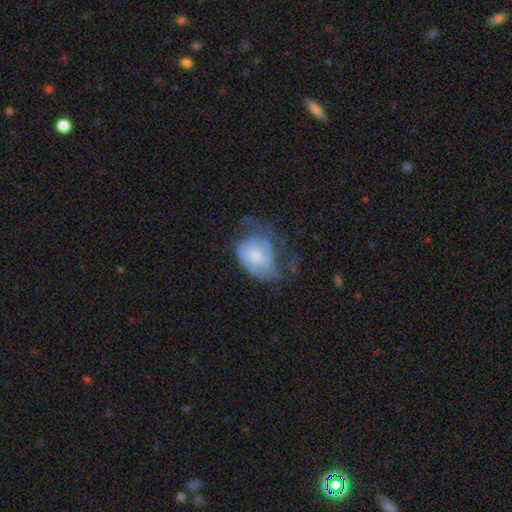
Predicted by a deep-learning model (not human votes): Overall: featured or disk (50%; smooth 42%). Merging: major disturbance (42%; minor disturbance 29%).